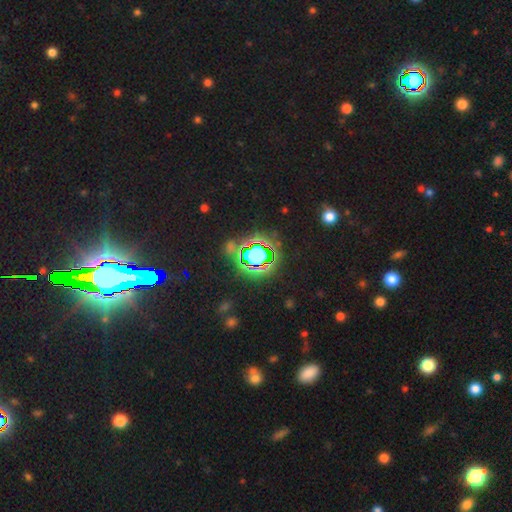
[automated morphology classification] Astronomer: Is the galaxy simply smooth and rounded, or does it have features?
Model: star or artifact — 70%.